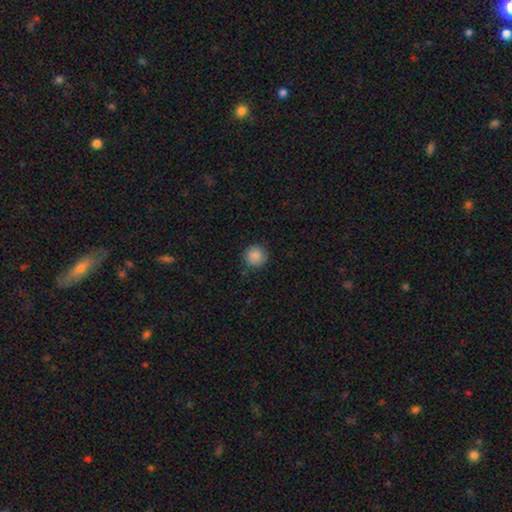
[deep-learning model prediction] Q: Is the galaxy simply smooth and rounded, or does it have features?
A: smooth — 86%.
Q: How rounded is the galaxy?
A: round — 93%.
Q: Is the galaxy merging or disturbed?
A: none — 85%.